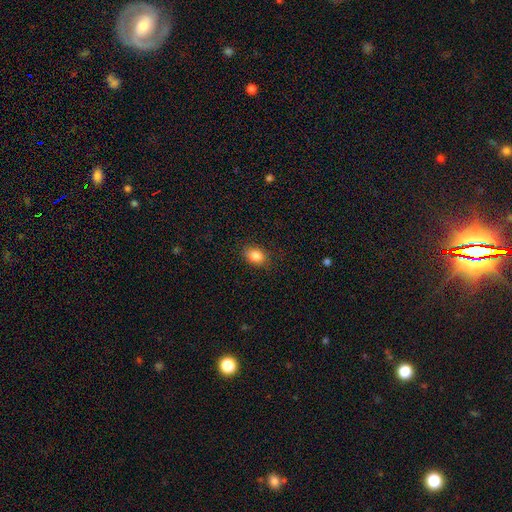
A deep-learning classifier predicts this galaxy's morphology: Smooth or featured? smooth (85%)
How rounded? in between (73%)
Merging? none (83%)